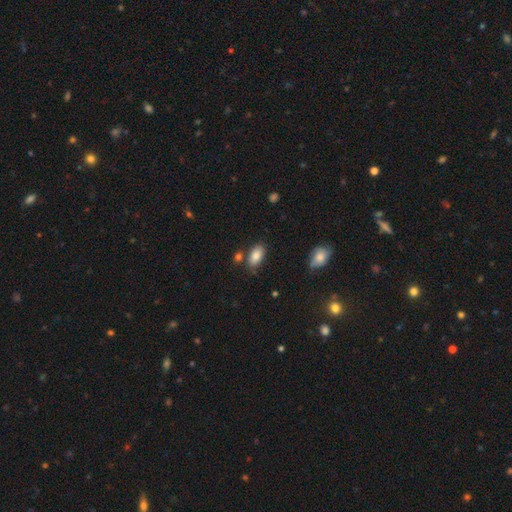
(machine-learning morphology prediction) smooth 85%, star or artifact 7%, featured or disk 7%. Down the decision tree: how rounded — in between (93%); merging — none (76%).